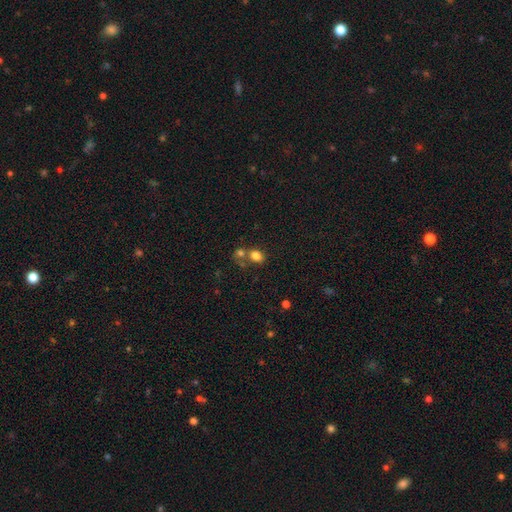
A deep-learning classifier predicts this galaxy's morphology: The model was most divided on "merging": none: 48%, merger: 36%, minor disturbance: 11%, major disturbance: 5%. More confident: smooth or featured — smooth (80%); how rounded — in between (61%).